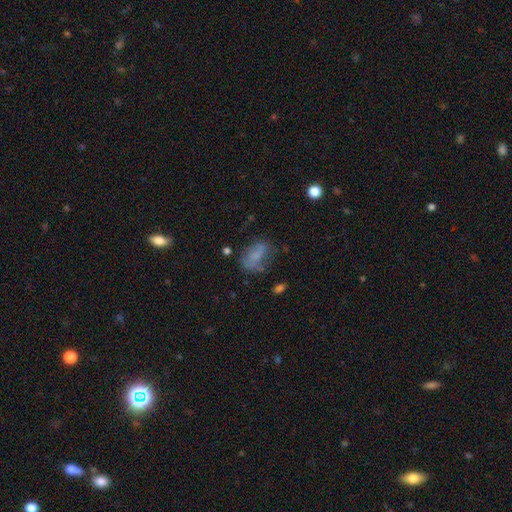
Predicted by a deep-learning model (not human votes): Morphology: type=smooth (55%); roundness=in between (83%); merging=none (47%).